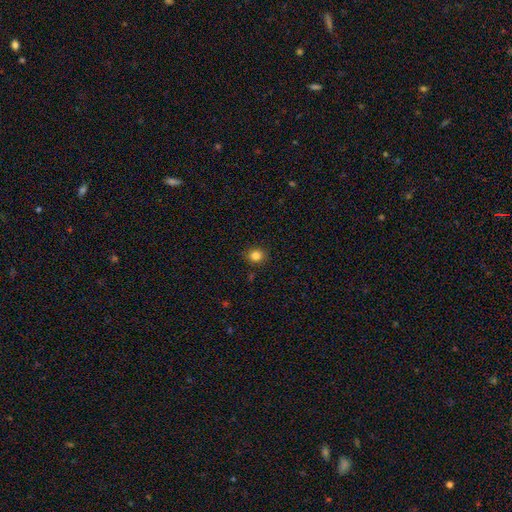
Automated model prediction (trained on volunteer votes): A smooth galaxy with no disk features (83%) that is round (77%).

Vote fractions:
- Smooth or featured? smooth: 83% / star or artifact: 12% / featured or disk: 5%
- How rounded? round: 77% / in between: 22% / cigar-shaped: 1%
- Merging? none: 87% / minor disturbance: 10% / major disturbance: 2% / merger: 1%